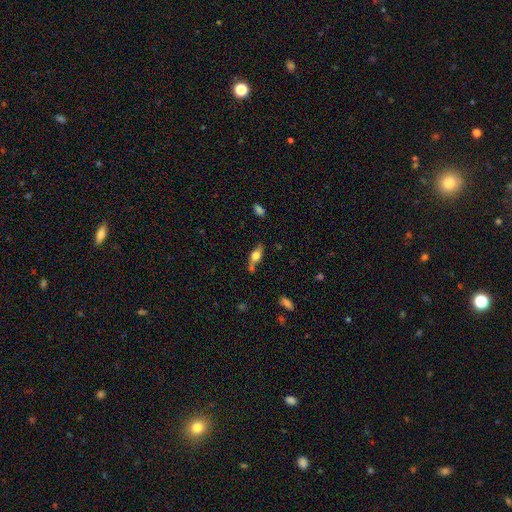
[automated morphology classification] This is possibly a smooth galaxy (53%). How rounded: likely in between (66%). Merging: likely none (62%).